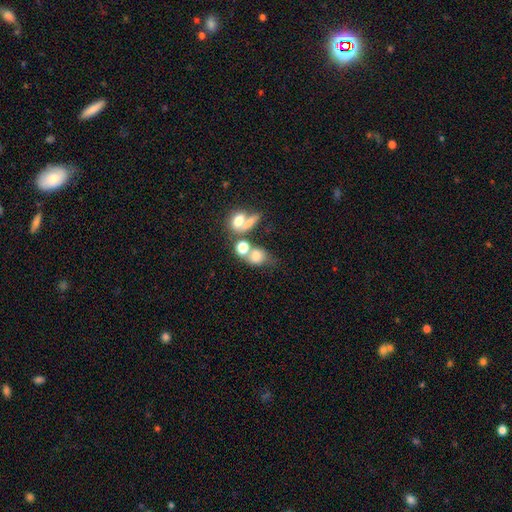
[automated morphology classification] Overall: smooth (67%). How rounded: round (51%; in between 46%). Merging: merger (44%; none 33%).